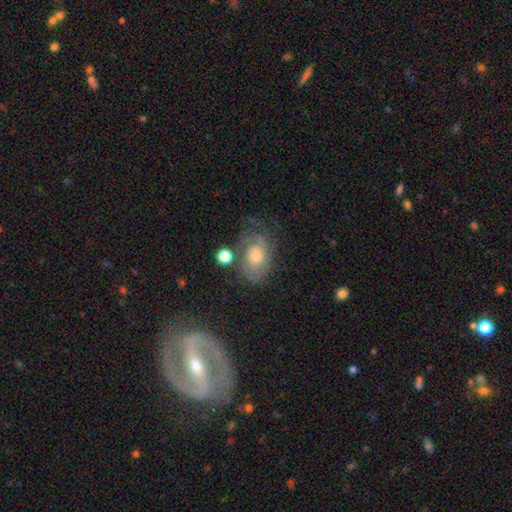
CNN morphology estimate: This appears to be a featured or disk galaxy (61%) with no bar (77%), spiral arms (84%) and a moderate central bulge (45%). Merging: none (55%).